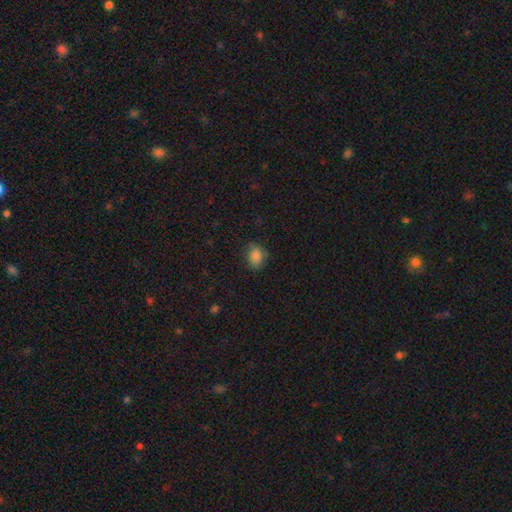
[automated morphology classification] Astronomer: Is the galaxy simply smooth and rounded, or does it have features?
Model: smooth — 85%.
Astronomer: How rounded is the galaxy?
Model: in between — 63%.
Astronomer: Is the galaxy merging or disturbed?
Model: none — 73%.